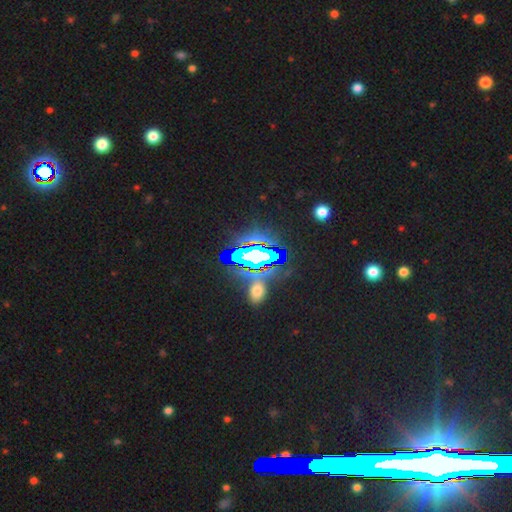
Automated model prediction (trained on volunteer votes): smooth-or-featured: star or artifact: 69% | smooth: 17% | featured or disk: 14%